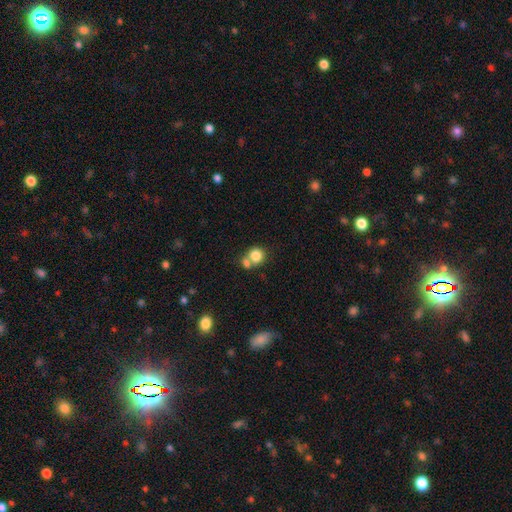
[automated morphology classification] A smooth galaxy with no disk features (81%) that is round (81%).

Vote fractions:
- Smooth or featured? smooth: 81% / star or artifact: 10% / featured or disk: 9%
- How rounded? round: 81% / in between: 18% / cigar-shaped: 1%
- Merging? merger: 45% / none: 43% / minor disturbance: 8% / major disturbance: 4%